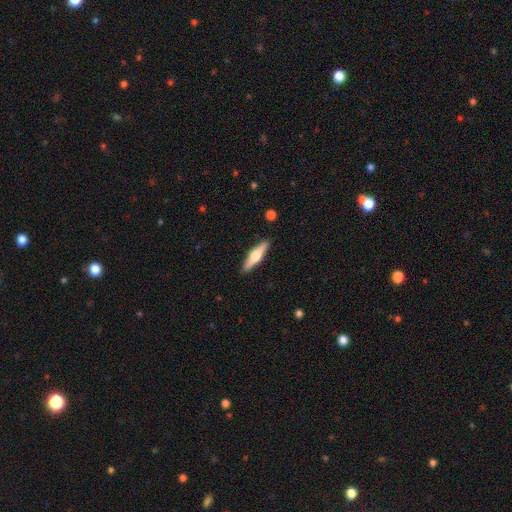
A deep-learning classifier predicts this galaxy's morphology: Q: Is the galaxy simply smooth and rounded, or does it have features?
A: featured or disk — 55%.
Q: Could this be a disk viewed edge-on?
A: yes — 95%.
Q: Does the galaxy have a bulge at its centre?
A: rounded — 93%.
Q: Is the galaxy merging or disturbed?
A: none — 90%.